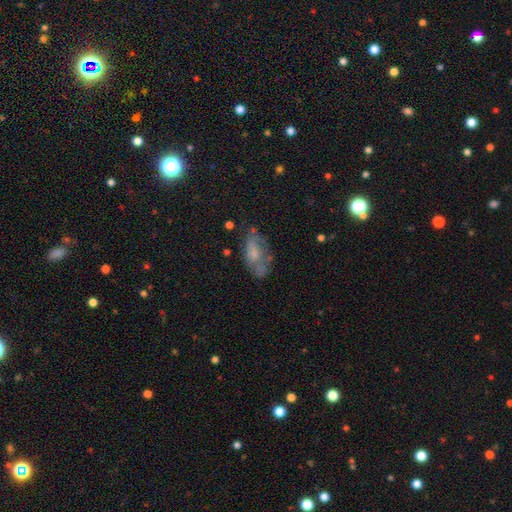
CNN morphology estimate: The model was most divided on "smooth or featured": featured or disk: 46%, smooth: 34%, star or artifact: 20%. More confident: merging — none (65%).